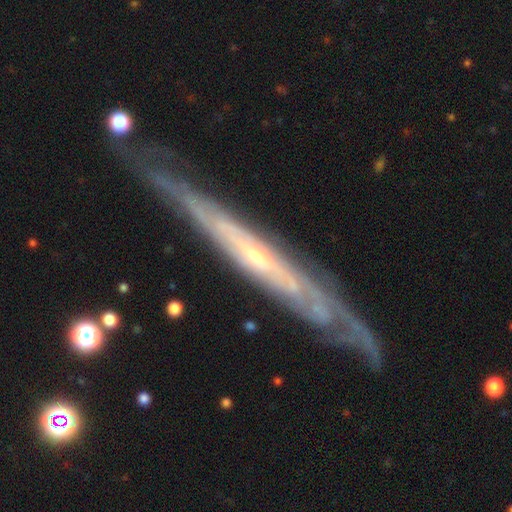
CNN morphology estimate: A featured or disk galaxy (85%) viewed edge-on (62%) with no central bulge (52%). Merging: none (74%).